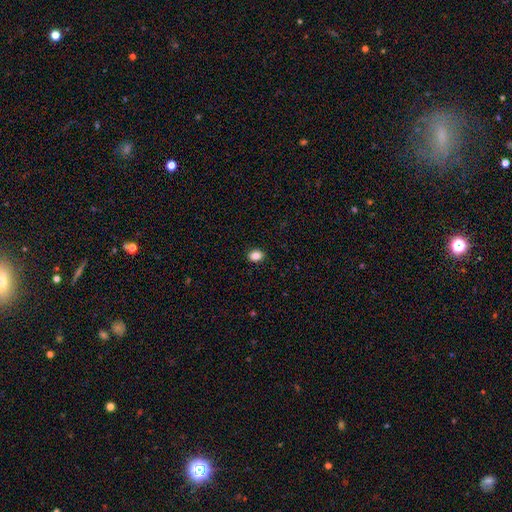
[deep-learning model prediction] This appears to be a smooth galaxy with no disk features (87%) that is in between round and cigar-shaped (61%). Merging: none (91%).